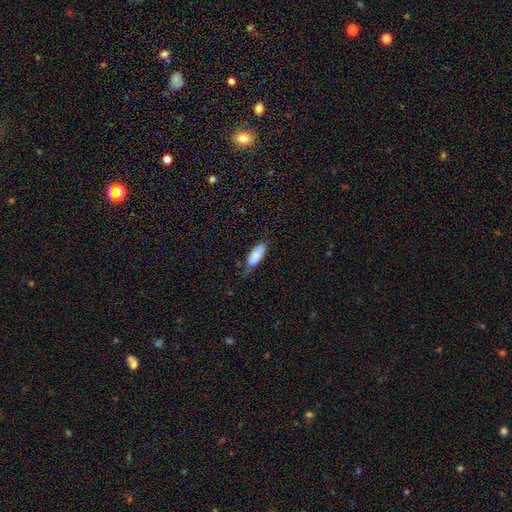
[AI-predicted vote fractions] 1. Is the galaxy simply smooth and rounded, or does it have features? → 77% smooth, 17% featured or disk, 6% star or artifact.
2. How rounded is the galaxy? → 72% in between, 26% cigar-shaped, 2% round.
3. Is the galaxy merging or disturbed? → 60% none, 31% minor disturbance, 7% major disturbance, 2% merger.